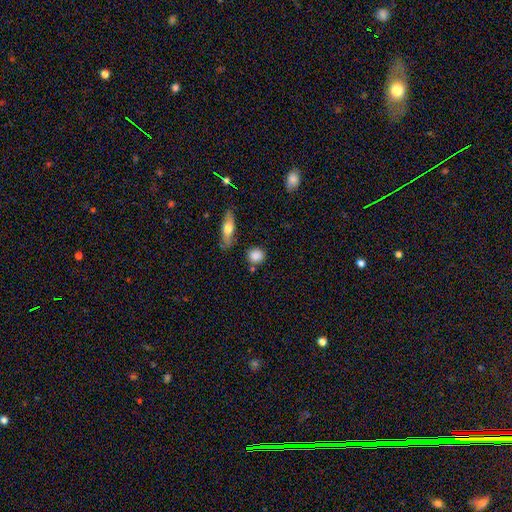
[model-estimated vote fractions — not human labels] smooth-or-featured: smooth: 85% | star or artifact: 8% | featured or disk: 7%
  how-rounded: round: 81% | in between: 16% | cigar-shaped: 3%
  merging: none: 76% | minor disturbance: 13% | merger: 7% | major disturbance: 4%